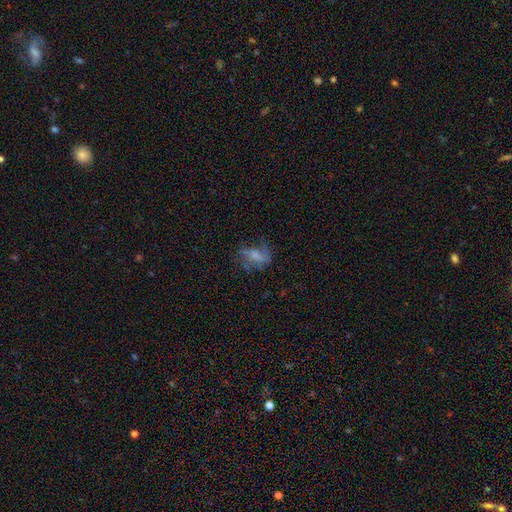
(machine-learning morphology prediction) Smooth or featured?
  - featured or disk: 49% *
  - smooth: 37%
  - star or artifact: 14%
Merging?
  - none: 42% *
  - major disturbance: 35%
  - minor disturbance: 21%
  - merger: 3%